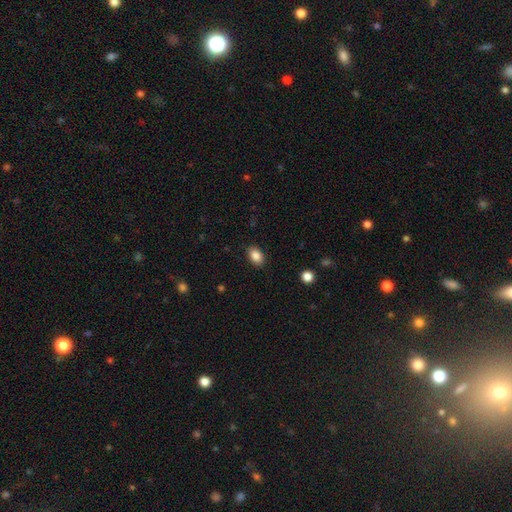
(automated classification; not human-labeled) This appears to be a smooth galaxy with no disk features (87%) that is in between round and cigar-shaped (84%). Merging: none (88%).